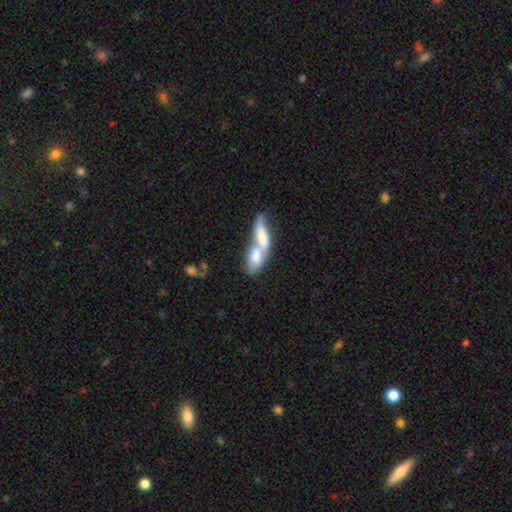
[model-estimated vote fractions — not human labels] Smooth or featured? smooth (69%)
How rounded? in between (76%)
Merging? merger (79%)